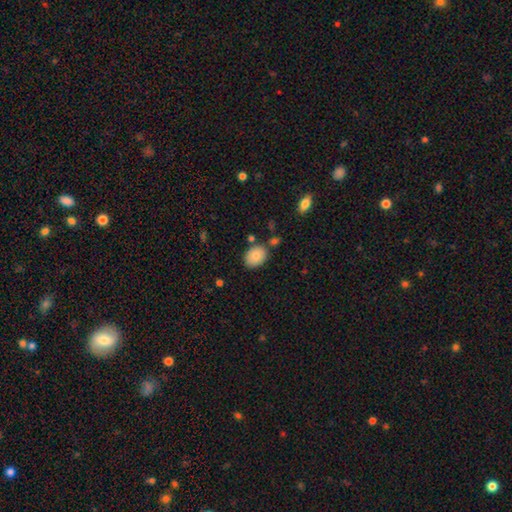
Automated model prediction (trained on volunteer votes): A smooth galaxy with no disk features (85%) that is in between round and cigar-shaped (76%).

Vote fractions:
- Smooth or featured? smooth: 85% / featured or disk: 8% / star or artifact: 7%
- How rounded? in between: 76% / round: 23% / cigar-shaped: 1%
- Merging? none: 76% / minor disturbance: 14% / merger: 7% / major disturbance: 3%